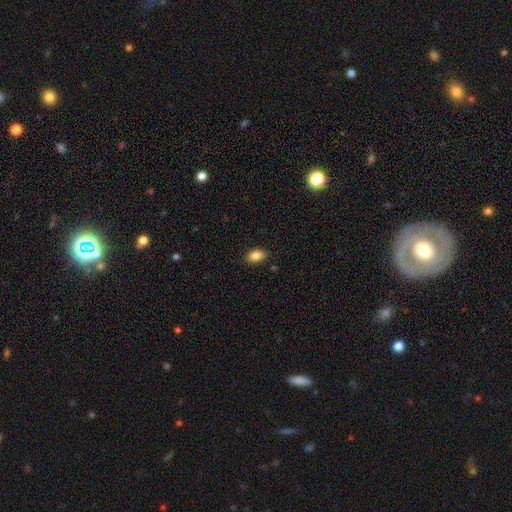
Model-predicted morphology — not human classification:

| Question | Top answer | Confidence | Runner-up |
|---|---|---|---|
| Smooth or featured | smooth | 86% | star or artifact (8%) |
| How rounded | in between | 89% | round (9%) |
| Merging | none | 87% | minor disturbance (9%) |